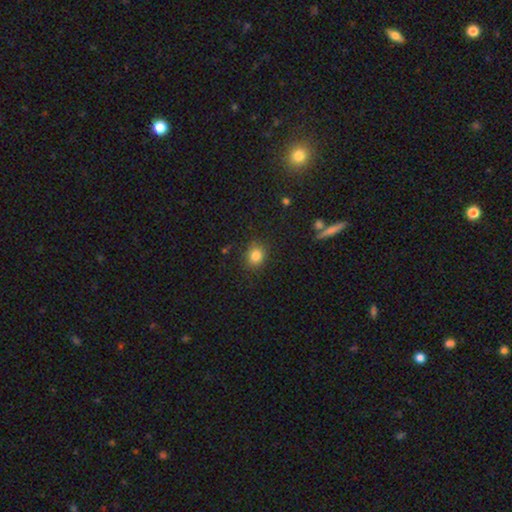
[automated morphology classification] Overall: smooth (82%). How rounded: round (65%; in between 34%). Merging: none (84%).